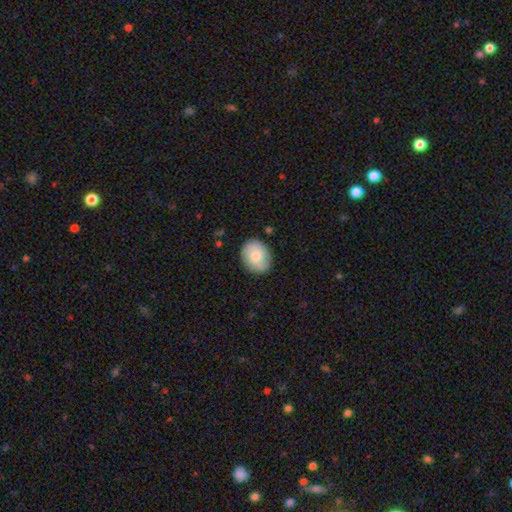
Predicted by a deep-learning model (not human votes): Smooth or featured?
  - smooth: 57% *
  - featured or disk: 36%
  - star or artifact: 7%
How rounded?
  - round: 57% *
  - in between: 42%
  - cigar-shaped: 1%
Merging?
  - none: 83% *
  - minor disturbance: 13%
  - major disturbance: 3%
  - merger: 1%